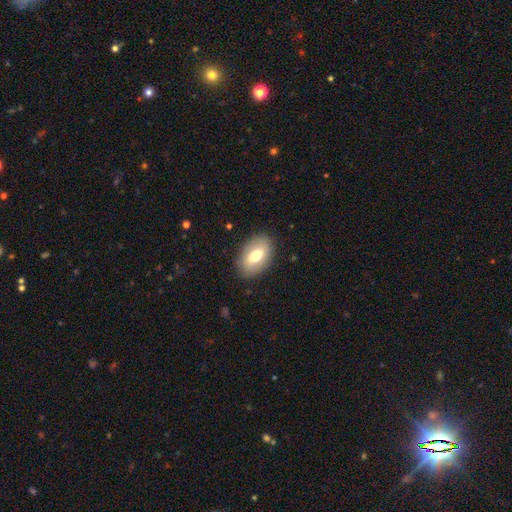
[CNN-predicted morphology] Smooth or featured? smooth (64%)
How rounded? in between (88%)
Merging? none (85%)